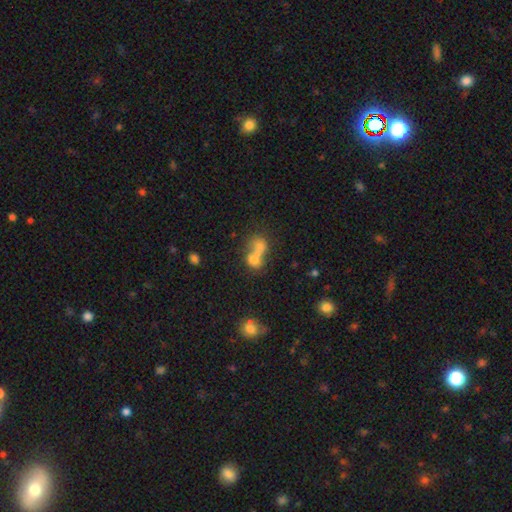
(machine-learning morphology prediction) smooth 66%, featured or disk 19%, star or artifact 15%. Down the decision tree: how rounded — round (57%); merging — merger (68%).